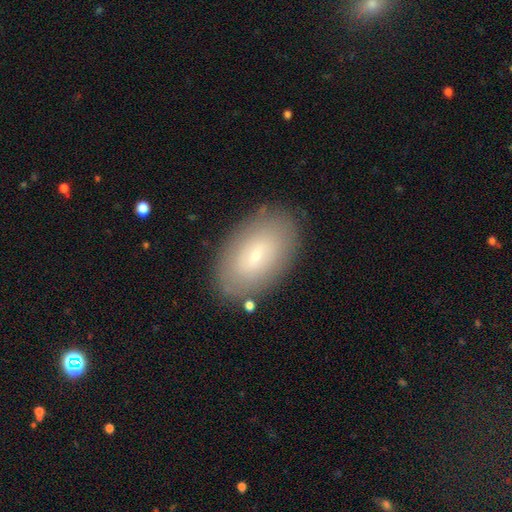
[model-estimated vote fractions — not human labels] smooth-or-featured: smooth: 62% | featured or disk: 30% | star or artifact: 8%
  how-rounded: in between: 93% | round: 6% | cigar-shaped: 2%
  merging: none: 84% | minor disturbance: 11% | major disturbance: 3% | merger: 2%